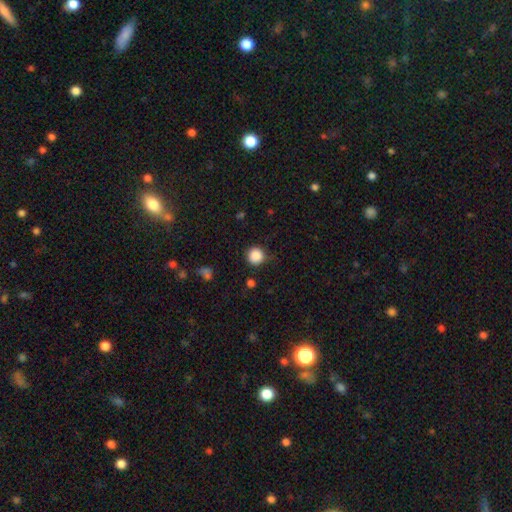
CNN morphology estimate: Overall: smooth (87%). How rounded: round (94%). Merging: none (83%).